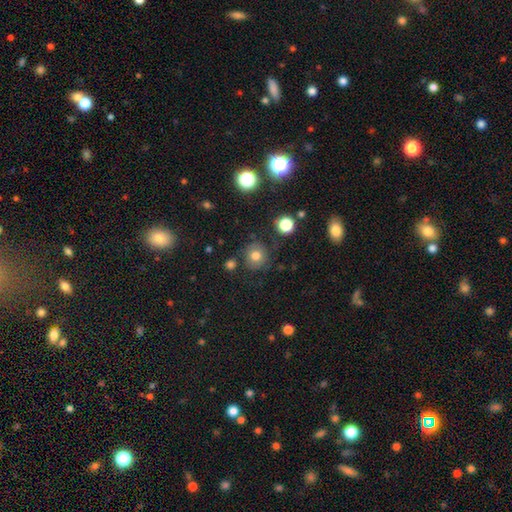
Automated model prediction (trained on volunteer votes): smooth-or-featured: smooth: 72% | star or artifact: 14% | featured or disk: 13%
  how-rounded: round: 89% | in between: 11% | cigar-shaped: 1%
  merging: none: 77% | minor disturbance: 14% | major disturbance: 5% | merger: 4%